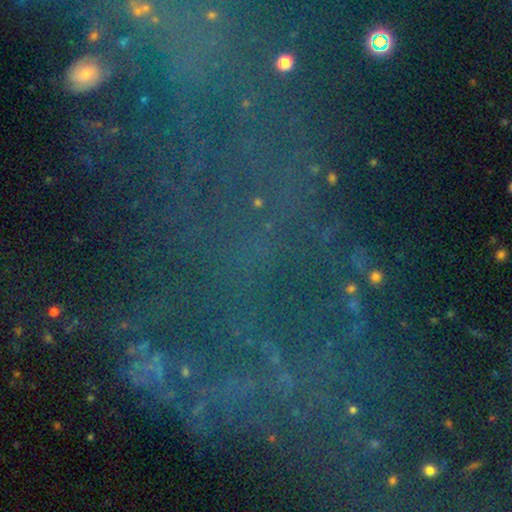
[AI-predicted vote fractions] star or artifact 65%, featured or disk 20%, smooth 15%.